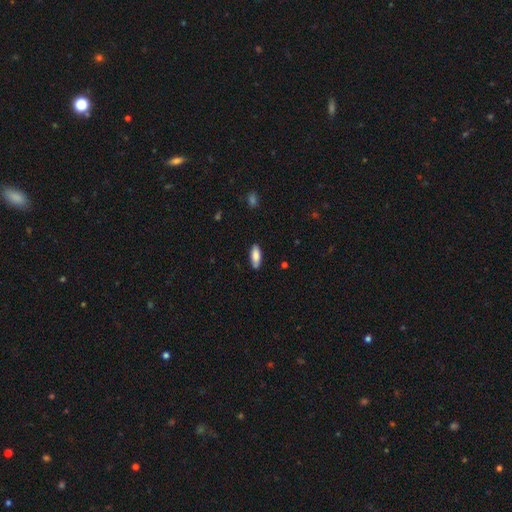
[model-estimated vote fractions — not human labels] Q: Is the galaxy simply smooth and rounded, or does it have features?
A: smooth — 85%.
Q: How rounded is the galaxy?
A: in between — 75%.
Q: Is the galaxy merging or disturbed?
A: none — 81%.